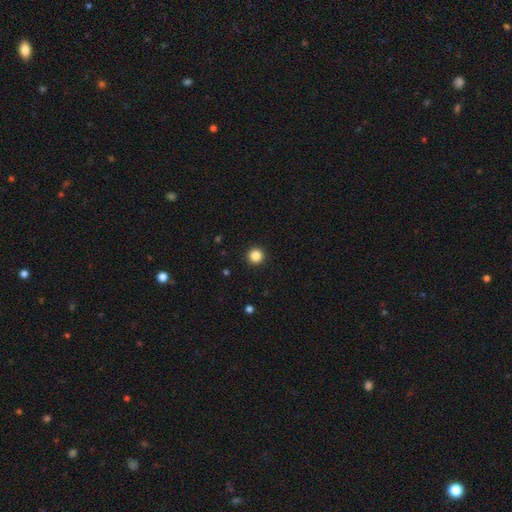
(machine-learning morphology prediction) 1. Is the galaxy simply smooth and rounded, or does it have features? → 85% smooth, 11% star or artifact, 4% featured or disk.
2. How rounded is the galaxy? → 96% round, 3% in between, 1% cigar-shaped.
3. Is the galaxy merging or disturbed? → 94% none, 4% minor disturbance, 1% major disturbance, 1% merger.